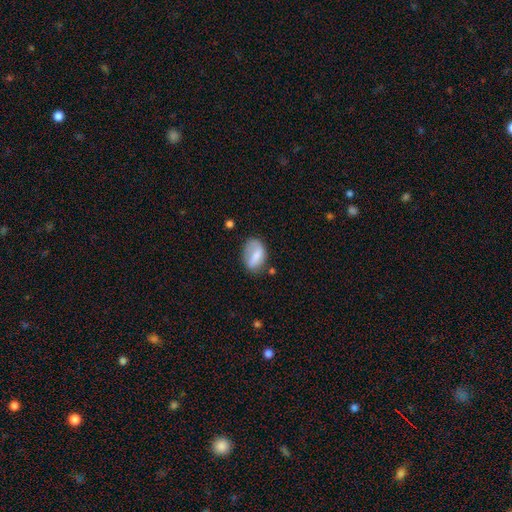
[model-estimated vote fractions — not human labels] smooth 69%, featured or disk 24%, star or artifact 8%. Down the decision tree: how rounded — in between (84%); merging — none (51%).